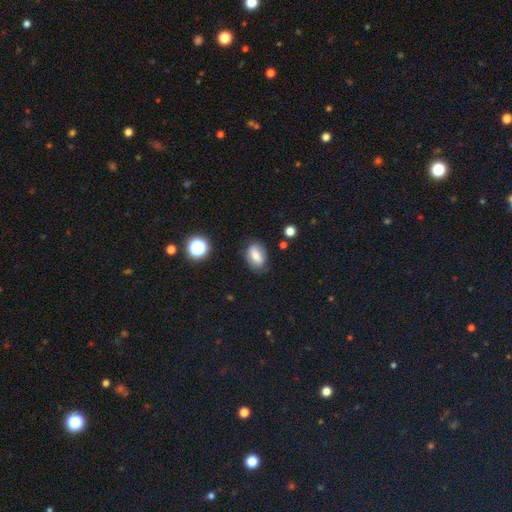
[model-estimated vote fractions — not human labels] Smooth or featured? smooth (70%)
How rounded? in between (84%)
Merging? none (73%)